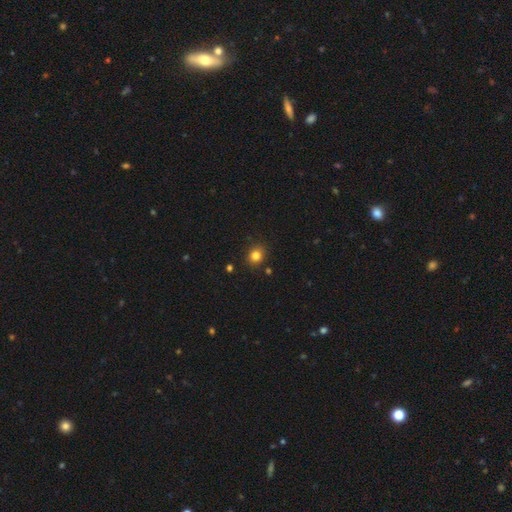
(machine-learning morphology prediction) Overall: smooth (81%). How rounded: round (77%). Merging: none (87%).